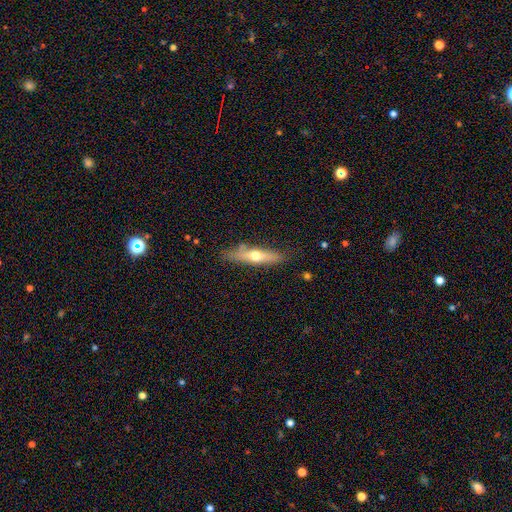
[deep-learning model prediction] Morphology: type=featured or disk (48%); merging=none (76%).